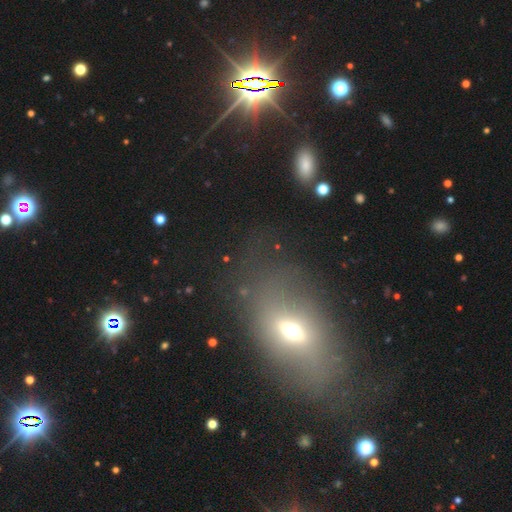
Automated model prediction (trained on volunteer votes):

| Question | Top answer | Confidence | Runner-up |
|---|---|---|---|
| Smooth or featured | smooth | 45% | star or artifact (32%) |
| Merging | none | 74% | minor disturbance (14%) |